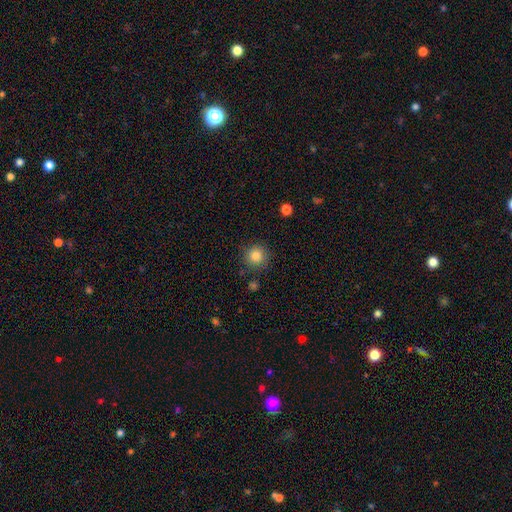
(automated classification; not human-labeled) This is clearly a smooth galaxy (84%). How rounded: clearly round (93%). Merging: clearly none (86%).